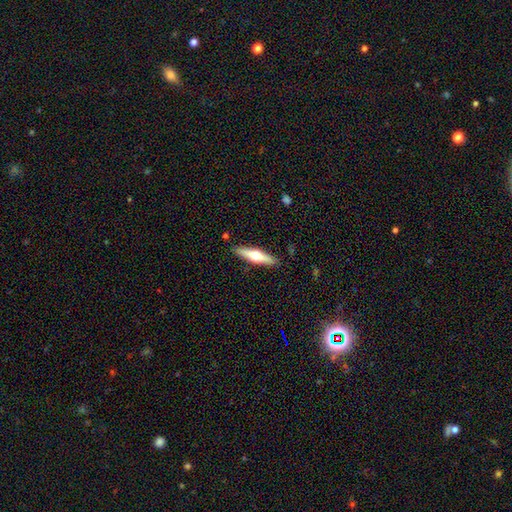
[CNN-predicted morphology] The model was most divided on "smooth or featured": featured or disk: 56%, smooth: 39%, star or artifact: 5%. More confident: edge-on disk — yes (95%); edge-on bulge — rounded (95%); merging — none (89%).